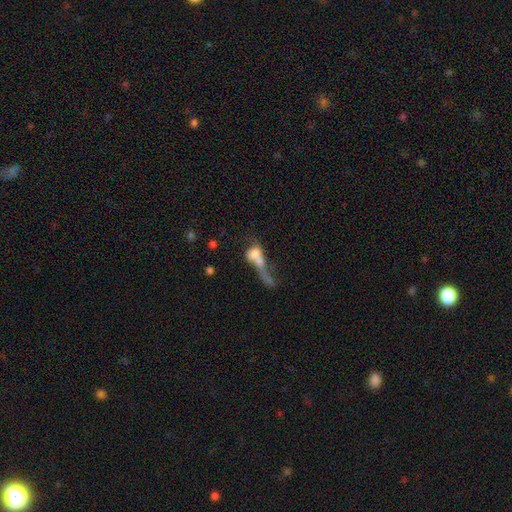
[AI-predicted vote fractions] smooth_or_featured: smooth (p=0.56) [alt: featured or disk p=0.33]
how_rounded: in between (p=0.55) [alt: round p=0.29]
merging: merger (p=0.51) [alt: major disturbance p=0.29]